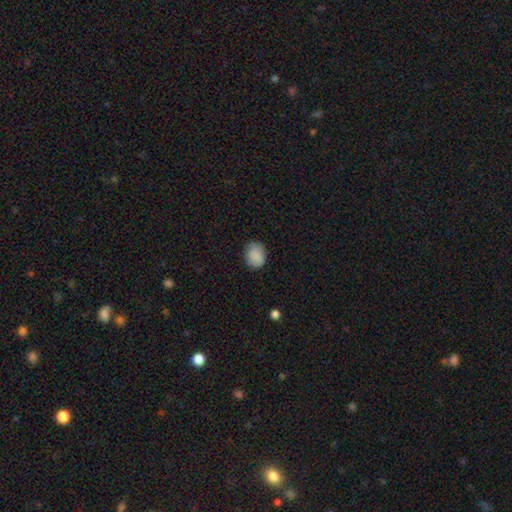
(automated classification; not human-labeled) smooth_or_featured: smooth (p=0.88) [alt: star or artifact p=0.08]
how_rounded: in between (p=0.57) [alt: round p=0.43]
merging: none (p=0.80) [alt: minor disturbance p=0.16]